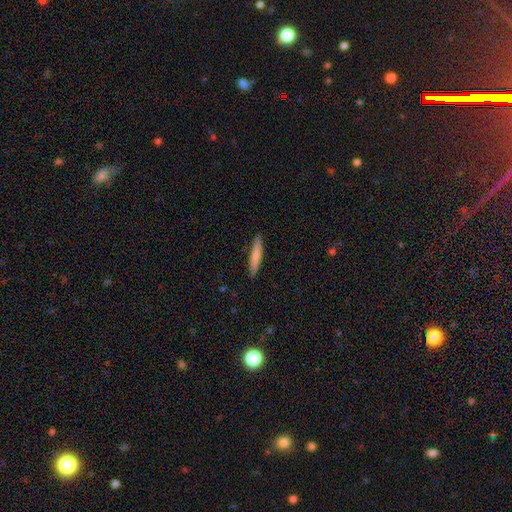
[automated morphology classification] Smooth or featured?
  - smooth: 73% *
  - featured or disk: 21%
  - star or artifact: 5%
How rounded?
  - cigar-shaped: 92% *
  - in between: 7%
  - round: 1%
Merging?
  - none: 89% *
  - minor disturbance: 9%
  - major disturbance: 2%
  - merger: 1%